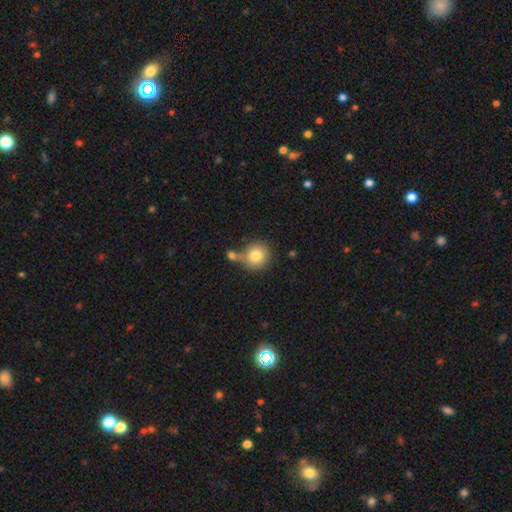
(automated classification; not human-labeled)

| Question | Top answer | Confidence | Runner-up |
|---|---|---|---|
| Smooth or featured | smooth | 80% | featured or disk (11%) |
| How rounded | round | 89% | in between (10%) |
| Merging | none | 51% | merger (28%) |